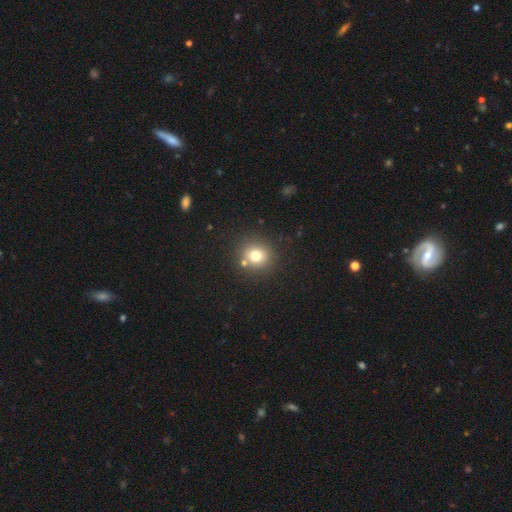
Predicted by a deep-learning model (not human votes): Morphology: type=smooth (76%); roundness=round (87%); merging=none (81%).